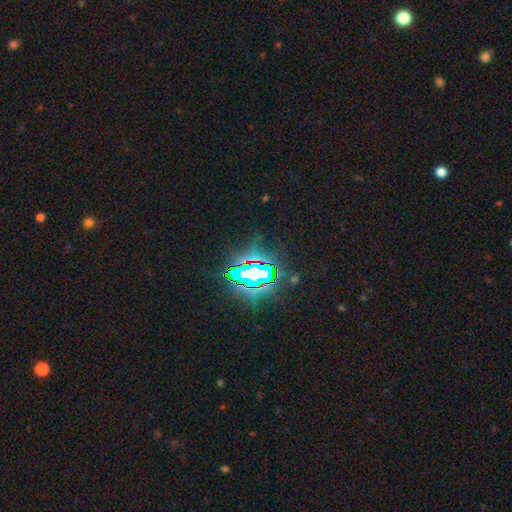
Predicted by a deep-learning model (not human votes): Morphology: type=star or artifact (83%).